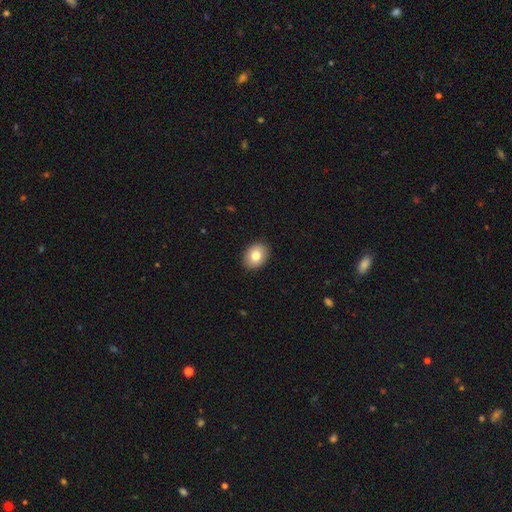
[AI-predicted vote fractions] Smooth or featured: smooth — 81% (featured or disk — 11%)
How rounded: in between — 59% (round — 40%)
Merging: none — 91% (minor disturbance — 6%)